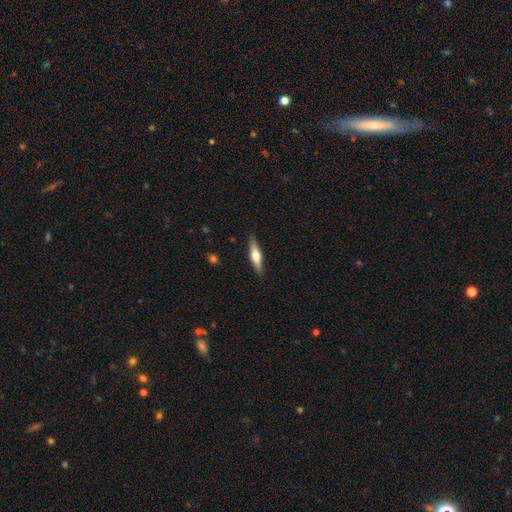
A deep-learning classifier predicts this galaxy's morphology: A smooth galaxy with no disk features (49%).

Vote fractions:
- Smooth or featured? smooth: 49% / featured or disk: 45% / star or artifact: 6%
- Merging? none: 88% / minor disturbance: 9% / major disturbance: 2% / merger: 1%